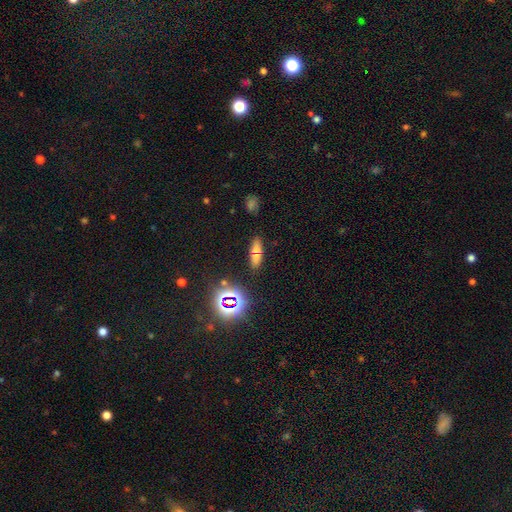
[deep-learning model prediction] smooth 61%, star or artifact 23%, featured or disk 16%. Down the decision tree: how rounded — cigar-shaped (53%); merging — none (78%).